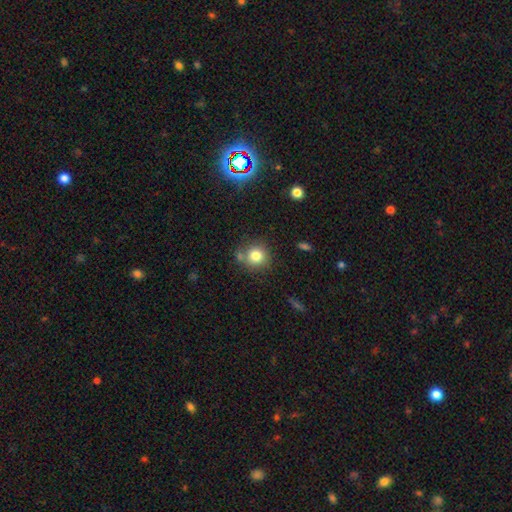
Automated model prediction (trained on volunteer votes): smooth-or-featured: smooth: 80% | star or artifact: 11% | featured or disk: 9%
  how-rounded: round: 90% | in between: 9% | cigar-shaped: 1%
  merging: none: 71% | merger: 13% | minor disturbance: 12% | major disturbance: 4%